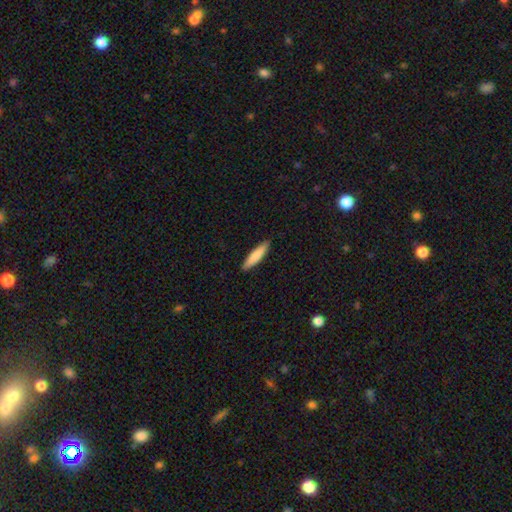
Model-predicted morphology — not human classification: Smooth or featured? smooth (81%)
How rounded? cigar-shaped (81%)
Merging? none (90%)